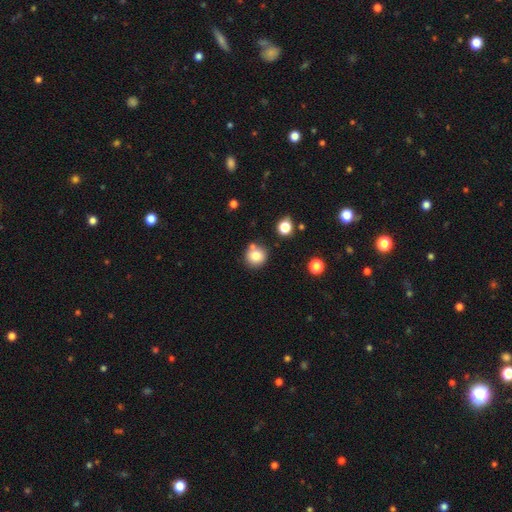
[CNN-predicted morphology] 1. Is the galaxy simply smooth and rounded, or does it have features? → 81% smooth, 11% star or artifact, 8% featured or disk.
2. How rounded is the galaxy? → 91% round, 8% in between, 1% cigar-shaped.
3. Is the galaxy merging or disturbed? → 72% none, 15% merger, 10% minor disturbance, 3% major disturbance.